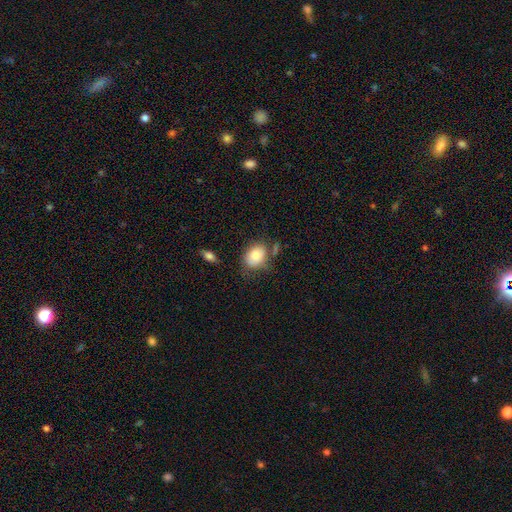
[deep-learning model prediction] A smooth galaxy with no disk features (82%) that is in between round and cigar-shaped (67%).

Vote fractions:
- Smooth or featured? smooth: 82% / featured or disk: 10% / star or artifact: 8%
- How rounded? in between: 67% / round: 31% / cigar-shaped: 1%
- Merging? none: 60% / minor disturbance: 23% / merger: 9% / major disturbance: 8%